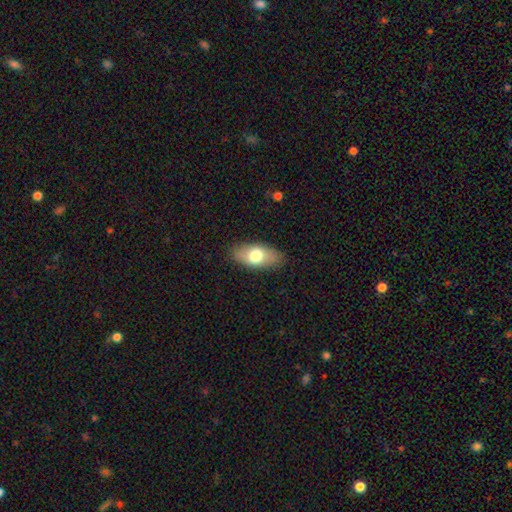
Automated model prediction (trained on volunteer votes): Q: Smooth or featured?
A: smooth (70%); runner-up: featured or disk (24%)
Q: How rounded?
A: in between (87%); runner-up: cigar-shaped (8%)
Q: Merging?
A: none (86%); runner-up: minor disturbance (11%)